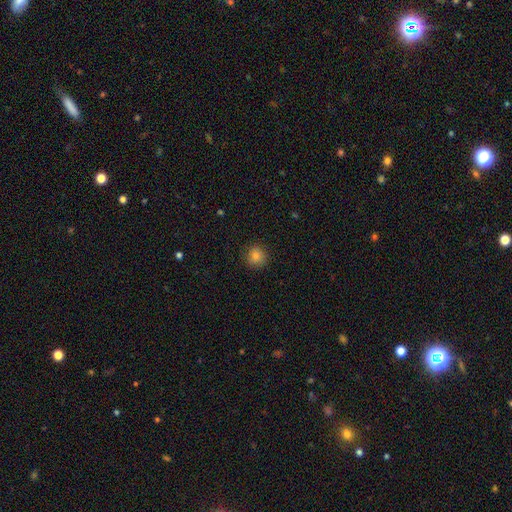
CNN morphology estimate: smooth-or-featured: smooth: 81% | star or artifact: 12% | featured or disk: 7%
  how-rounded: round: 89% | in between: 10% | cigar-shaped: 1%
  merging: none: 88% | minor disturbance: 8% | major disturbance: 2% | merger: 1%